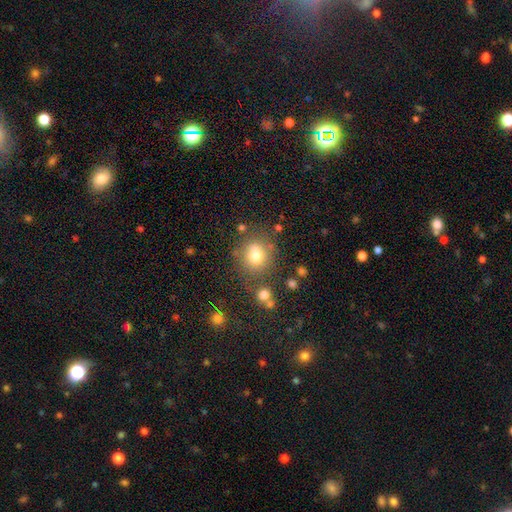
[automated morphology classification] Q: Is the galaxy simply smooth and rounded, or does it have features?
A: smooth — 75%.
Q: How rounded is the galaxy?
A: round — 82%.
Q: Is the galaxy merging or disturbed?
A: none — 72%.